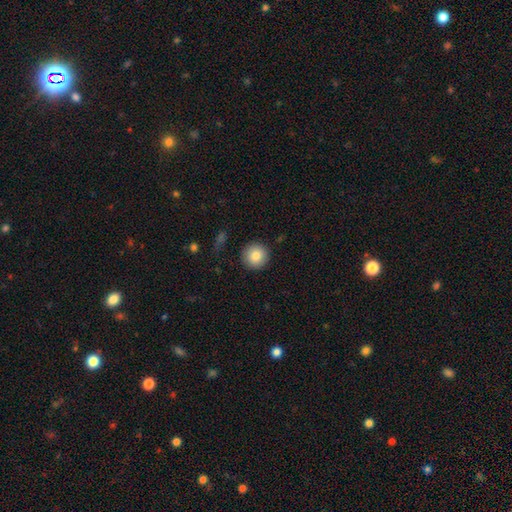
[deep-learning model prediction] smooth_or_featured: smooth (p=0.84) [alt: star or artifact p=0.08]
how_rounded: round (p=0.95) [alt: in between p=0.04]
merging: none (p=0.90) [alt: minor disturbance p=0.07]